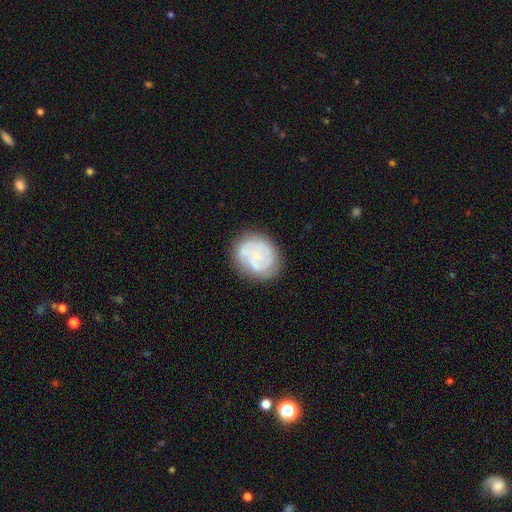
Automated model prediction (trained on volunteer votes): A featured or disk galaxy (60%) with no bar (78%), spiral arms (70%) and a small central bulge (65%). Merging: none (72%).